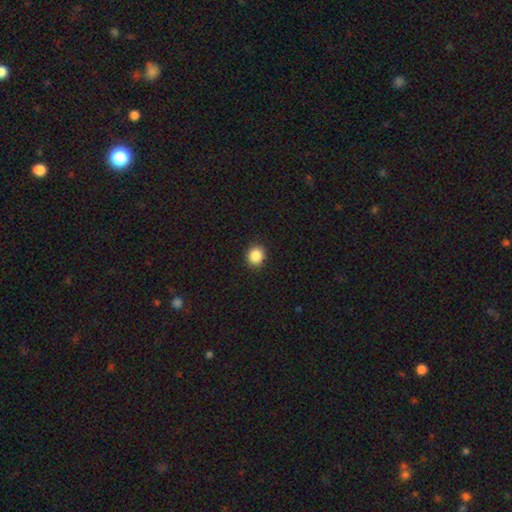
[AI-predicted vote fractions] smooth-or-featured: smooth: 87% | star or artifact: 10% | featured or disk: 4%
  how-rounded: round: 81% | in between: 19% | cigar-shaped: 1%
  merging: none: 92% | minor disturbance: 6% | major disturbance: 2% | merger: 1%